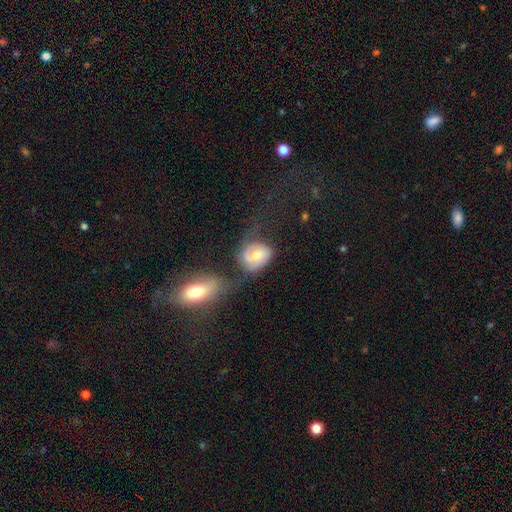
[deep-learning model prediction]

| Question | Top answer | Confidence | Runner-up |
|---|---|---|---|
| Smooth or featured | smooth | 53% | featured or disk (39%) |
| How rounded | round | 59% | in between (40%) |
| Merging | none | 37% | merger (26%) |